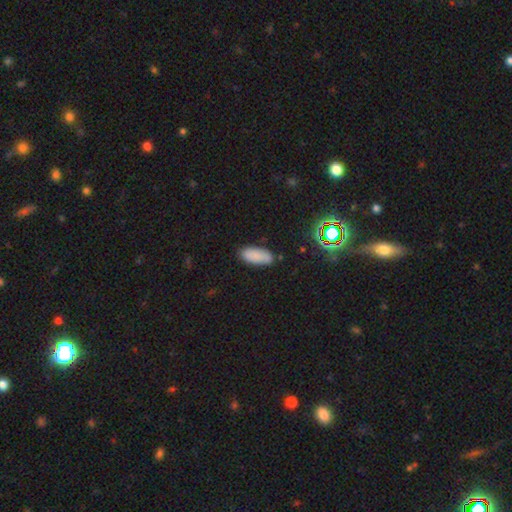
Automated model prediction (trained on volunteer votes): smooth 83%, star or artifact 10%, featured or disk 7%. Down the decision tree: how rounded — in between (83%); merging — none (80%).